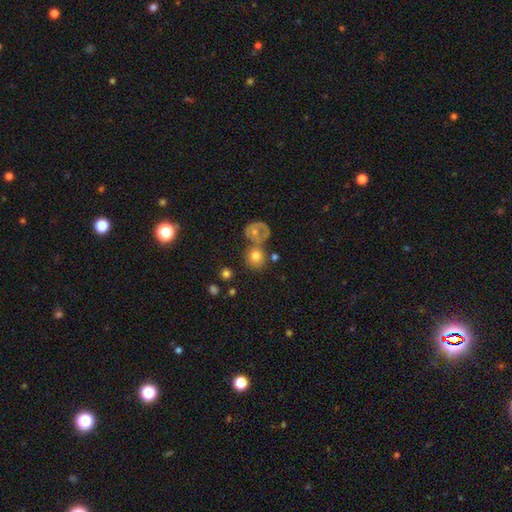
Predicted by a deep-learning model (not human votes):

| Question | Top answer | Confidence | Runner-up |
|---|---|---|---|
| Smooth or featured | smooth | 72% | featured or disk (18%) |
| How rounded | round | 80% | in between (19%) |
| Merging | none | 46% | merger (37%) |